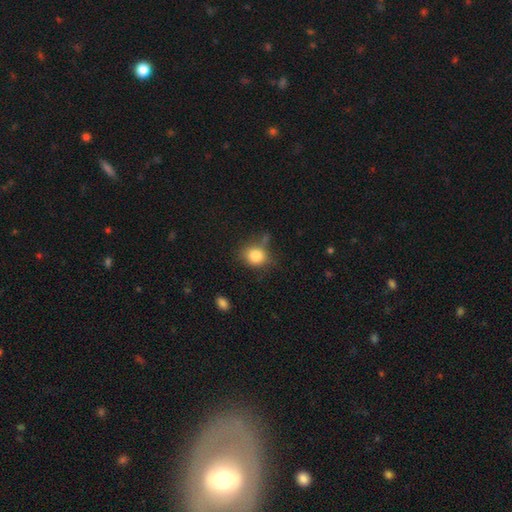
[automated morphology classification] smooth 83%, star or artifact 10%, featured or disk 7%. Down the decision tree: how rounded — round (75%); merging — none (65%).